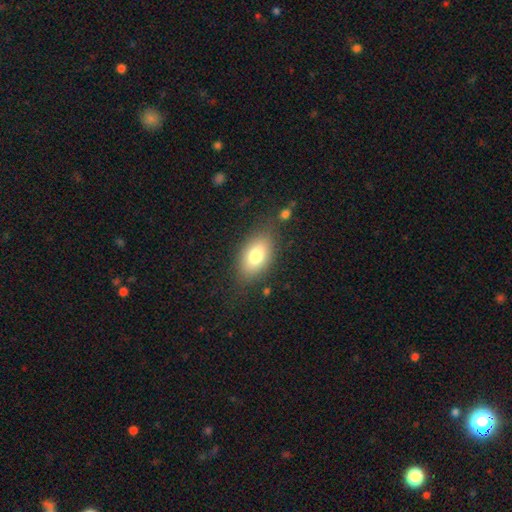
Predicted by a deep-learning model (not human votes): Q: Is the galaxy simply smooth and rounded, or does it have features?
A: smooth — 77%.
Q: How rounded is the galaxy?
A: in between — 87%.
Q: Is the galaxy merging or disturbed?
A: none — 77%.